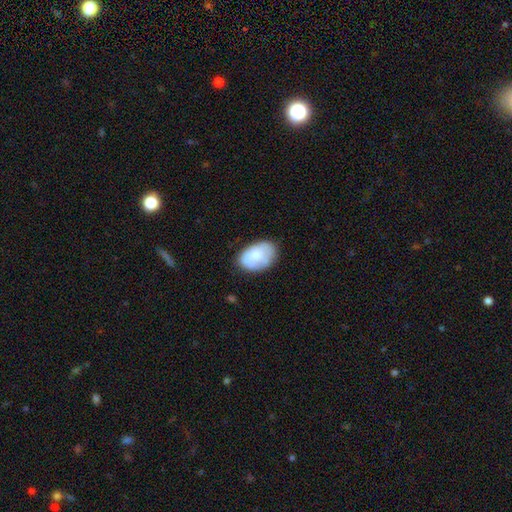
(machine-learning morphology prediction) The model was most divided on "smooth or featured": smooth: 71%, featured or disk: 23%, star or artifact: 6%. More confident: how rounded — in between (87%); merging — none (73%).